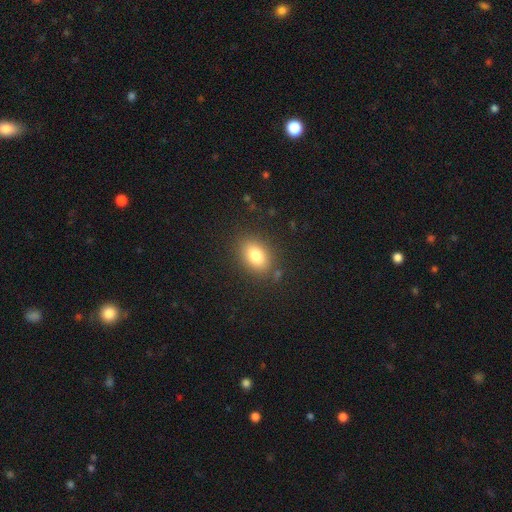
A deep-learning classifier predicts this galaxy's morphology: smooth 81%, star or artifact 9%, featured or disk 9%. Down the decision tree: how rounded — in between (79%); merging — none (84%).